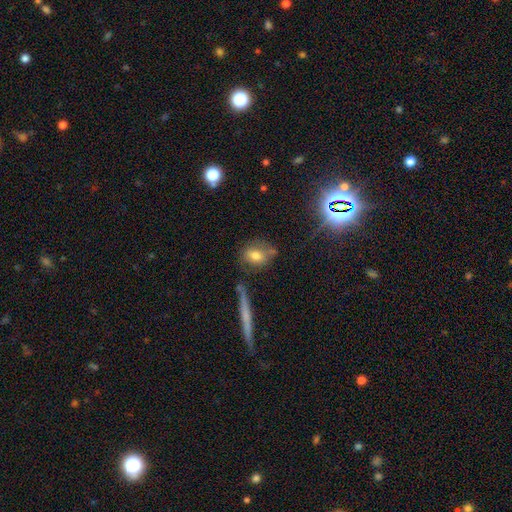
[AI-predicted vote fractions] smooth 70%, featured or disk 18%, star or artifact 12%. Down the decision tree: how rounded — in between (58%); merging — none (61%).